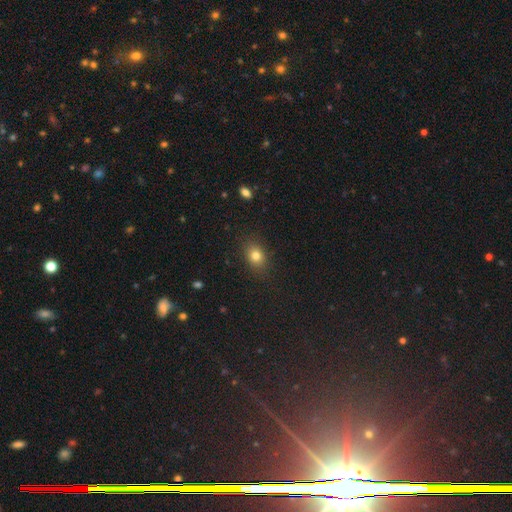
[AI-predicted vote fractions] Q: Smooth or featured?
A: smooth (80%); runner-up: star or artifact (12%)
Q: How rounded?
A: in between (61%); runner-up: round (38%)
Q: Merging?
A: none (86%); runner-up: minor disturbance (10%)